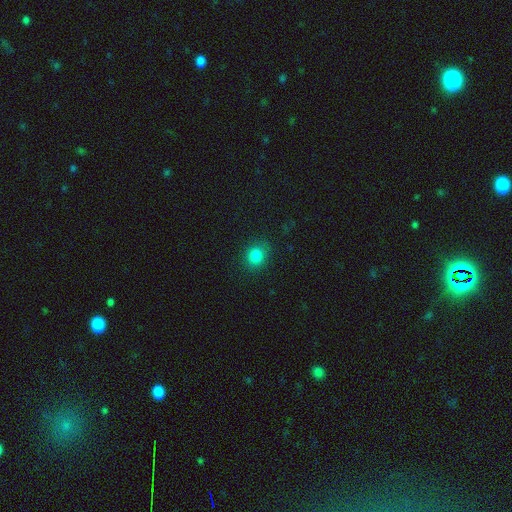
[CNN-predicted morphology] The model was most divided on "how rounded": round: 73%, in between: 26%, cigar-shaped: 1%. More confident: merging — none (86%); smooth or featured — smooth (83%).